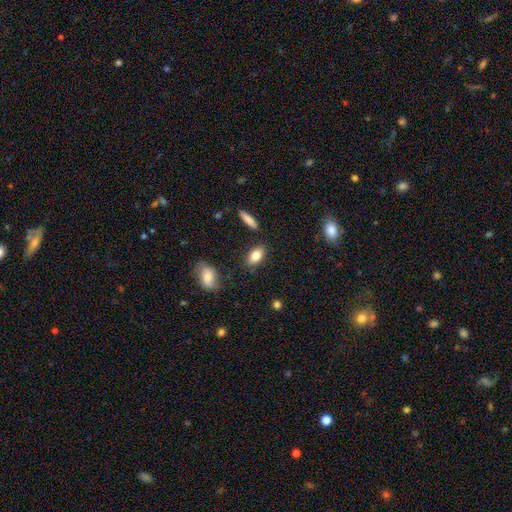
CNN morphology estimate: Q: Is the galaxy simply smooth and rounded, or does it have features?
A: smooth — 81%.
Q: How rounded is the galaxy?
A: in between — 87%.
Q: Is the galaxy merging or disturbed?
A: none — 83%.